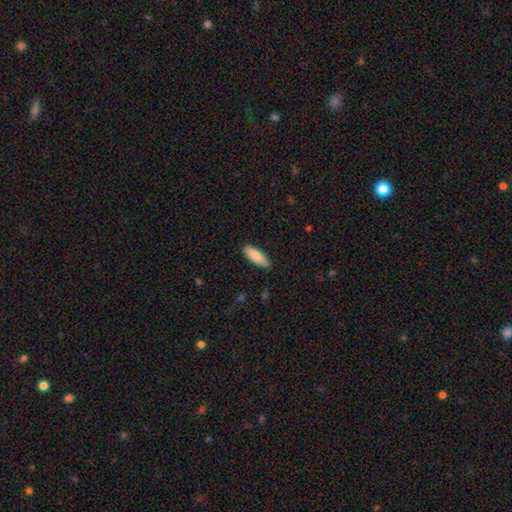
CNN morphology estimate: Smooth or featured: smooth — 85% (featured or disk — 9%)
How rounded: in between — 66% (cigar-shaped — 33%)
Merging: none — 88% (minor disturbance — 9%)